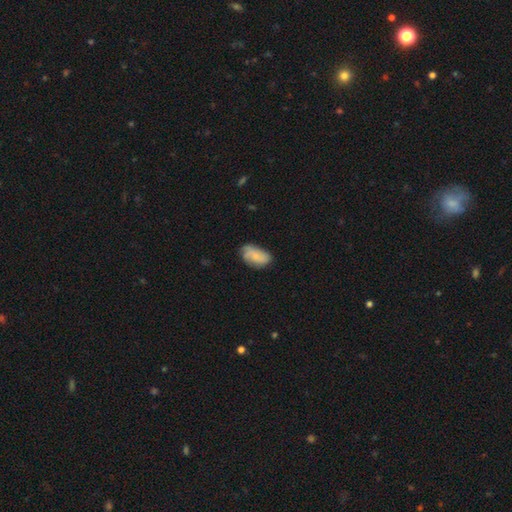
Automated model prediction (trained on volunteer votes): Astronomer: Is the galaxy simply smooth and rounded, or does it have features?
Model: smooth — 65%.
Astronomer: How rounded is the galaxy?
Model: in between — 91%.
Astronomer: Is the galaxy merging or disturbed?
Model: none — 57%.